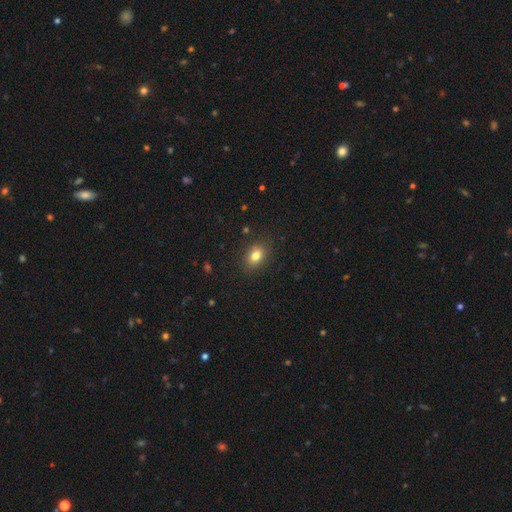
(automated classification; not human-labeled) Smooth or featured: smooth — 81% (star or artifact — 11%)
How rounded: in between — 73% (round — 26%)
Merging: none — 86% (minor disturbance — 10%)